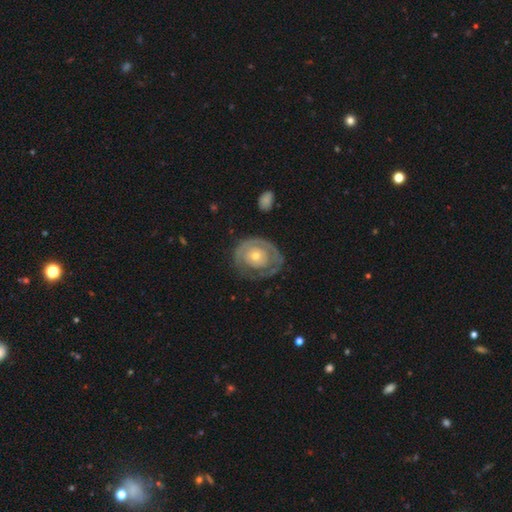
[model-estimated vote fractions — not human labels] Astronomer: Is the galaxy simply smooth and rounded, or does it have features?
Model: featured or disk — 70%.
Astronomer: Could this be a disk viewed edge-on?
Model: no — 96%.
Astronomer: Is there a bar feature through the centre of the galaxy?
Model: no — 86%.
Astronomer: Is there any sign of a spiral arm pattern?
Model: yes — 59% (runner-up: no, 41%).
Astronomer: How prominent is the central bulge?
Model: small — 56% (runner-up: moderate, 39%).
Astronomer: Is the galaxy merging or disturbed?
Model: none — 64%.